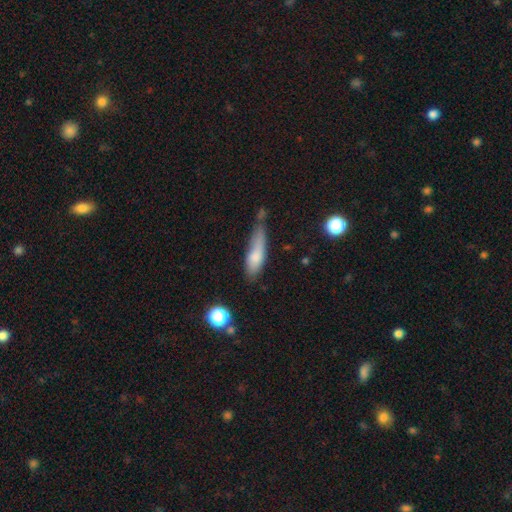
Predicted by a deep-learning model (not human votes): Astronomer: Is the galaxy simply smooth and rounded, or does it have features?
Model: smooth — 76%.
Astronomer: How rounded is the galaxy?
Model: cigar-shaped — 59% (runner-up: in between, 38%).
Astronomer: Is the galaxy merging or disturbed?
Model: none — 42% (runner-up: minor disturbance, 36%).